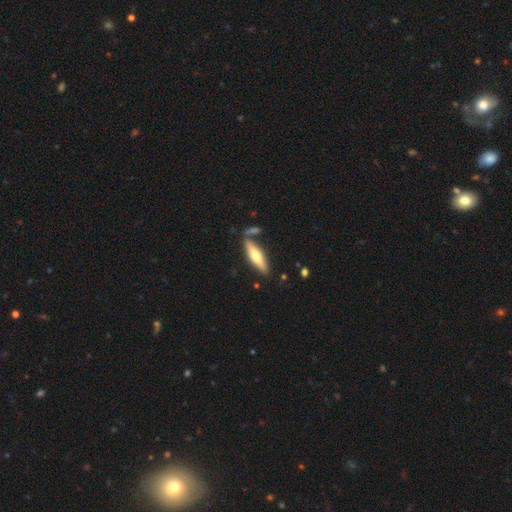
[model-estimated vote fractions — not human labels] Smooth or featured: smooth — 55% (featured or disk — 40%)
How rounded: cigar-shaped — 64% (in between — 34%)
Merging: none — 73% (minor disturbance — 14%)